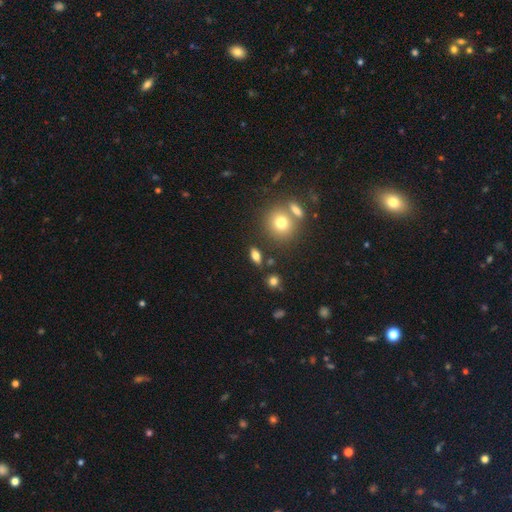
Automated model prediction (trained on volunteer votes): smooth 72%, featured or disk 16%, star or artifact 12%. Down the decision tree: how rounded — in between (70%); merging — none (80%).